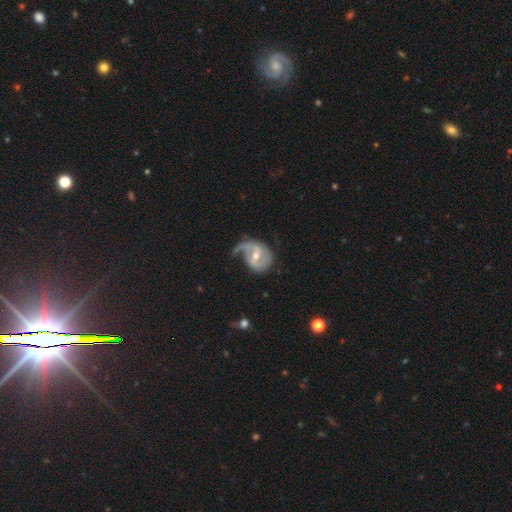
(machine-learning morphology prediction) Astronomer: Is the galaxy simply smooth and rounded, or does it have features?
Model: featured or disk — 81%.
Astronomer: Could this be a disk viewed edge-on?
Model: no — 97%.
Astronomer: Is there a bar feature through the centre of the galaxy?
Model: weak — 50% (runner-up: no, 26%).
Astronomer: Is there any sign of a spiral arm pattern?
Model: yes — 91%.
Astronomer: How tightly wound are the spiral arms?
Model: loose — 41% (runner-up: medium, 39%).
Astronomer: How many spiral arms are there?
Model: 2 — 48% (runner-up: 1, 40%).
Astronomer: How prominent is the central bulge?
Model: moderate — 58% (runner-up: small, 38%).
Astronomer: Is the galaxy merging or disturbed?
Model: none — 40% (runner-up: major disturbance, 29%).